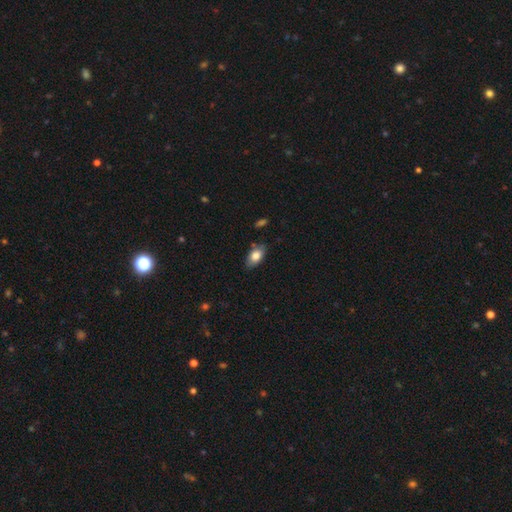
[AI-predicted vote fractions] Morphology: type=smooth (80%); roundness=in between (91%); merging=none (78%).